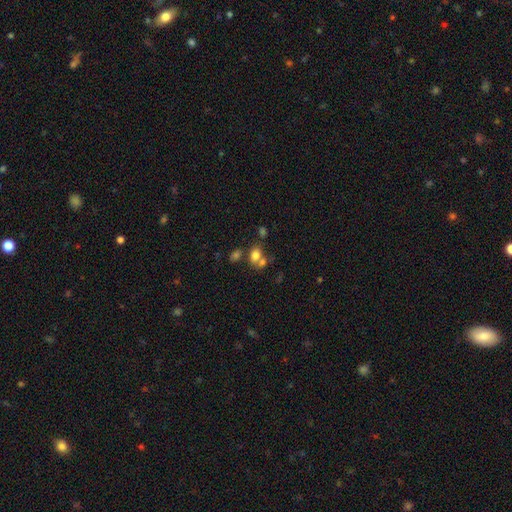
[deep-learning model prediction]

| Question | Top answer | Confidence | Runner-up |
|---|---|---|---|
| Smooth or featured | smooth | 74% | star or artifact (14%) |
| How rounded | in between | 61% | round (38%) |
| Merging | none | 44% | merger (40%) |